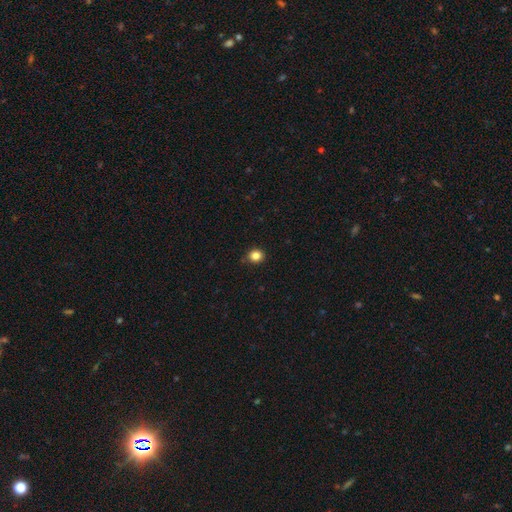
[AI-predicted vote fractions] A smooth galaxy with no disk features (84%) that is round (78%).

Vote fractions:
- Smooth or featured? smooth: 84% / star or artifact: 12% / featured or disk: 4%
- How rounded? round: 78% / in between: 22% / cigar-shaped: 1%
- Merging? none: 84% / minor disturbance: 12% / major disturbance: 2% / merger: 1%